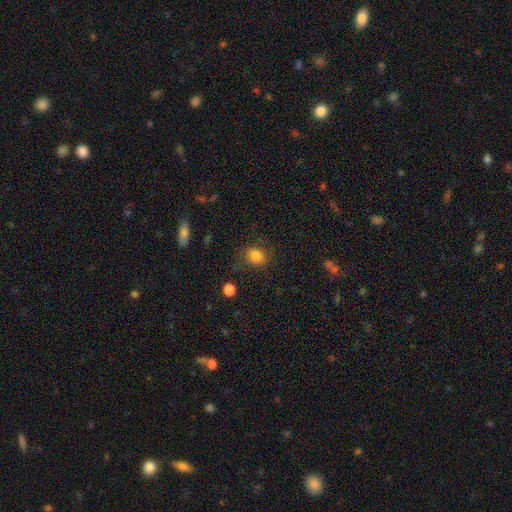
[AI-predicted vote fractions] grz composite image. It shows a smooth galaxy with no disk features (83%) that is round (59%). Merging: none (77%).